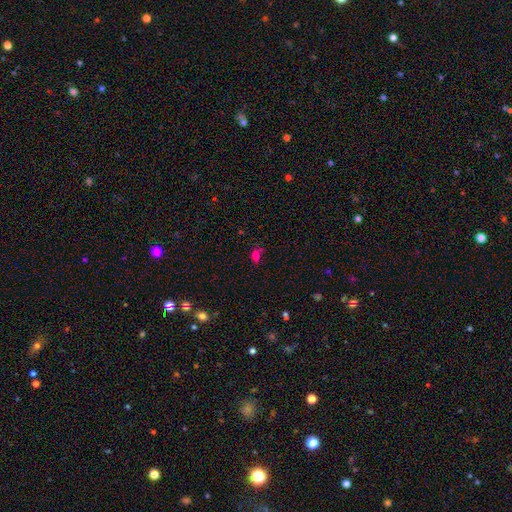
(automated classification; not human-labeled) A smooth galaxy with no disk features (68%) that is in between round and cigar-shaped (69%).

Vote fractions:
- Smooth or featured? smooth: 68% / star or artifact: 25% / featured or disk: 7%
- How rounded? in between: 69% / round: 28% / cigar-shaped: 3%
- Merging? none: 61% / minor disturbance: 17% / merger: 15% / major disturbance: 7%